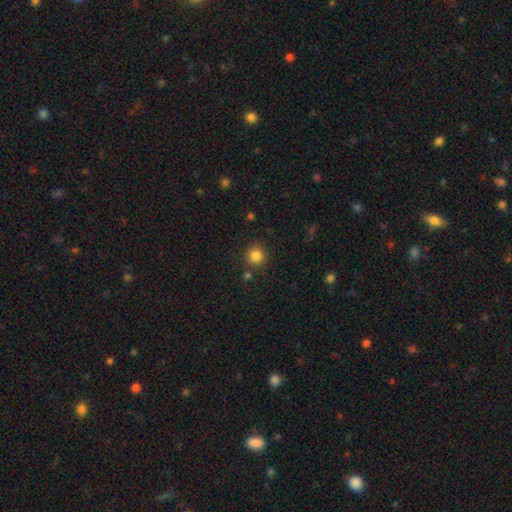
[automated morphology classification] A smooth galaxy with no disk features (84%) that is round (92%).

Vote fractions:
- Smooth or featured? smooth: 84% / star or artifact: 12% / featured or disk: 4%
- How rounded? round: 92% / in between: 7% / cigar-shaped: 1%
- Merging? none: 85% / minor disturbance: 7% / merger: 5% / major disturbance: 2%